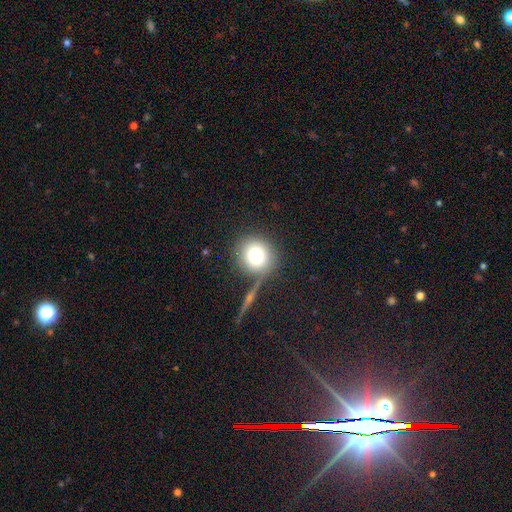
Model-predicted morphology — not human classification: smooth_or_featured: smooth (p=0.76) [alt: featured or disk p=0.13]
how_rounded: round (p=0.90) [alt: in between p=0.09]
merging: none (p=0.76) [alt: minor disturbance p=0.11]